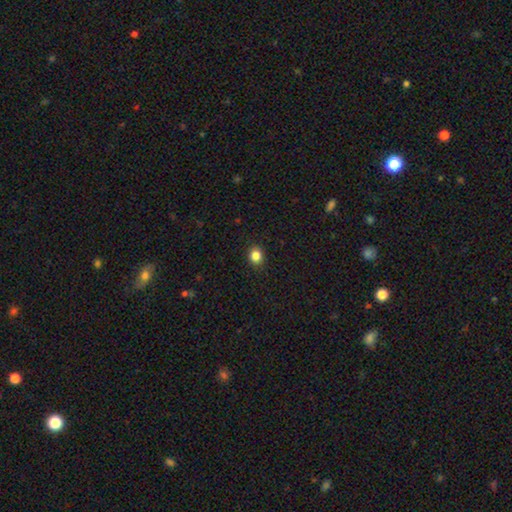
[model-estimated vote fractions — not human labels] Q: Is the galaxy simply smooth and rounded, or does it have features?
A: smooth — 85%.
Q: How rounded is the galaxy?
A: round — 73%.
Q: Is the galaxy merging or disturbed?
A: none — 91%.